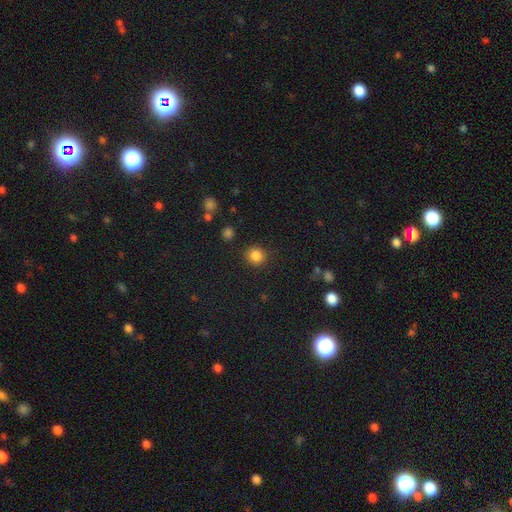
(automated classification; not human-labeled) Smooth or featured? Predicted: smooth (p=0.85). How rounded? Predicted: round (p=0.90). Merging? Predicted: none (p=0.88).